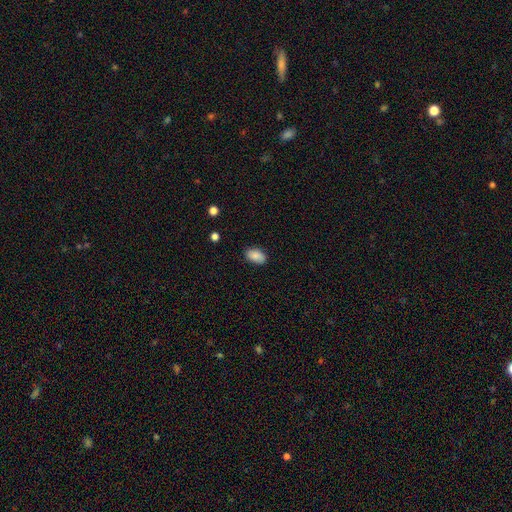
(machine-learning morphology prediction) smooth-or-featured: smooth: 86% | star or artifact: 7% | featured or disk: 7%
  how-rounded: in between: 92% | round: 7% | cigar-shaped: 1%
  merging: none: 85% | minor disturbance: 12% | major disturbance: 2% | merger: 1%